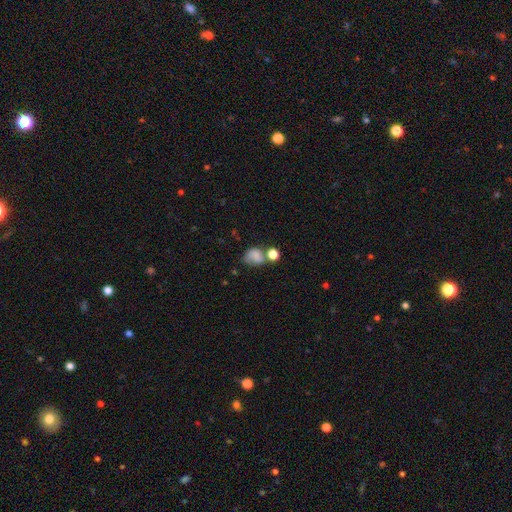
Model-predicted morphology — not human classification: A smooth galaxy with no disk features (69%) that is in between round and cigar-shaped (52%).

Vote fractions:
- Smooth or featured? smooth: 69% / featured or disk: 18% / star or artifact: 13%
- How rounded? in between: 52% / round: 47% / cigar-shaped: 1%
- Merging? none: 37% / merger: 27% / minor disturbance: 21% / major disturbance: 14%